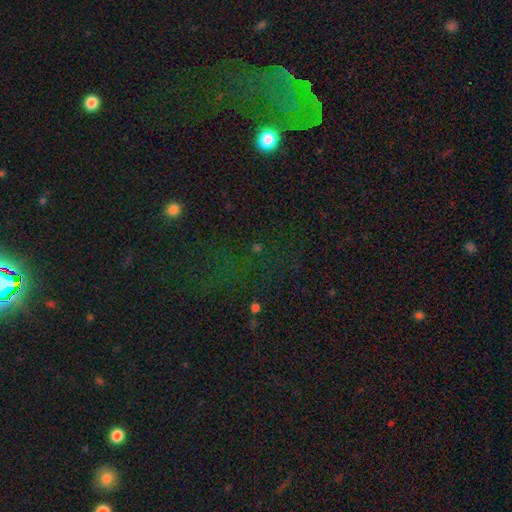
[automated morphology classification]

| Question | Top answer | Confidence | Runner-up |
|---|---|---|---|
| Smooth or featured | star or artifact | 65% | smooth (20%) |